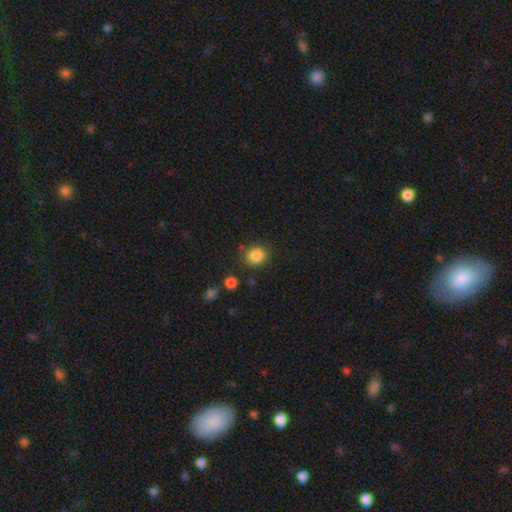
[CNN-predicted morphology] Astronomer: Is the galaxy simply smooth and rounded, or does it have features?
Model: smooth — 85%.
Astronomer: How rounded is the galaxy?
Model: round — 78%.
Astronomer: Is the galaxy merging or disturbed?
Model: none — 76%.